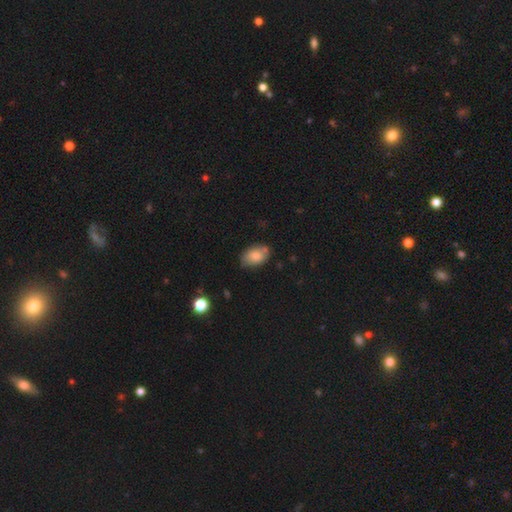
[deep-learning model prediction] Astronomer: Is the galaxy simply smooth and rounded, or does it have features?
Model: smooth — 75%.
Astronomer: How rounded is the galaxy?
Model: in between — 89%.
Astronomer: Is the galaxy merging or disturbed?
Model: none — 67%.